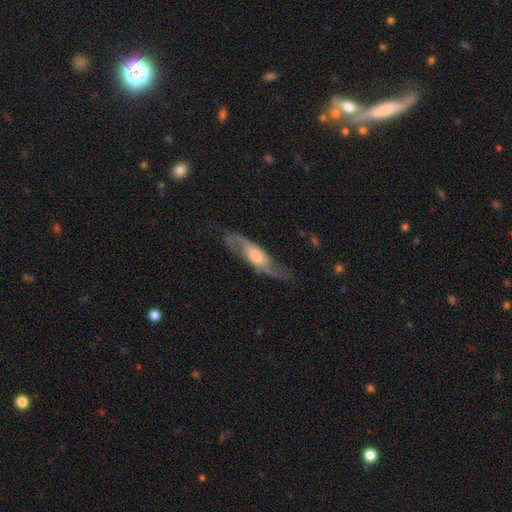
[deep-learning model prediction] featured or disk 73%, smooth 21%, star or artifact 6%. Down the decision tree: edge-on disk — no (70%); bar — no (58%); spiral arms — yes (89%); bulge size — moderate (51%); merging — none (70%).